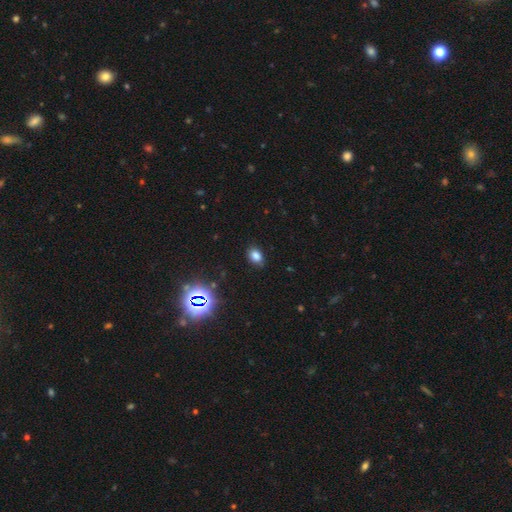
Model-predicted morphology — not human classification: type=smooth (76%); roundness=in between (77%); merging=none (83%).